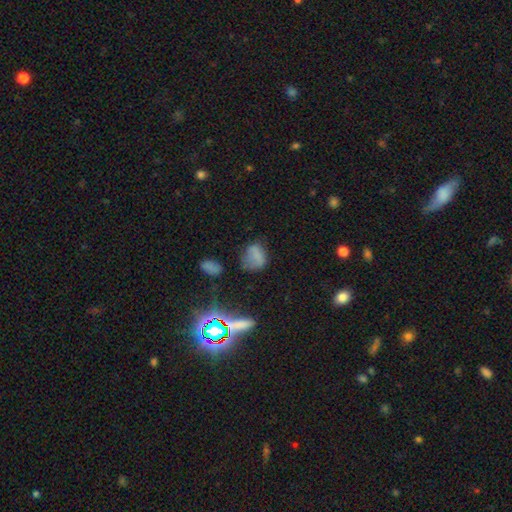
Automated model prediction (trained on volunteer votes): A smooth galaxy with no disk features (68%) that is in between round and cigar-shaped (58%). Merging: none (48%).